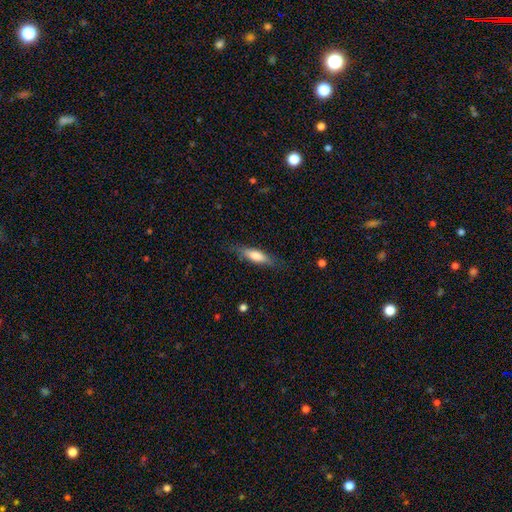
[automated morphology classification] The model was most divided on "how rounded": cigar-shaped: 59%, in between: 39%, round: 2%. More confident: merging — none (78%); smooth or featured — smooth (67%).